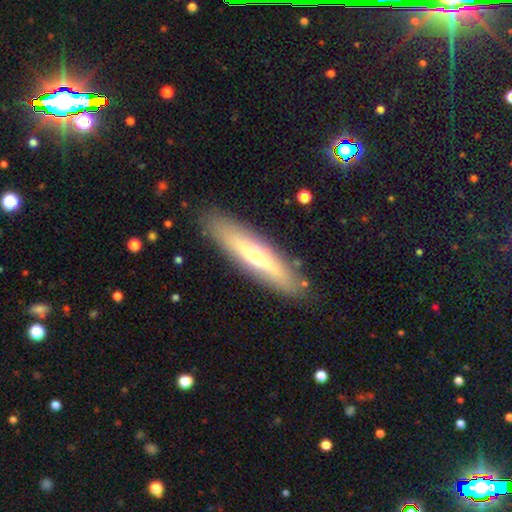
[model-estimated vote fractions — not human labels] featured or disk 52%, smooth 41%, star or artifact 7%. Down the decision tree: edge-on disk — yes (72%); merging — none (86%).